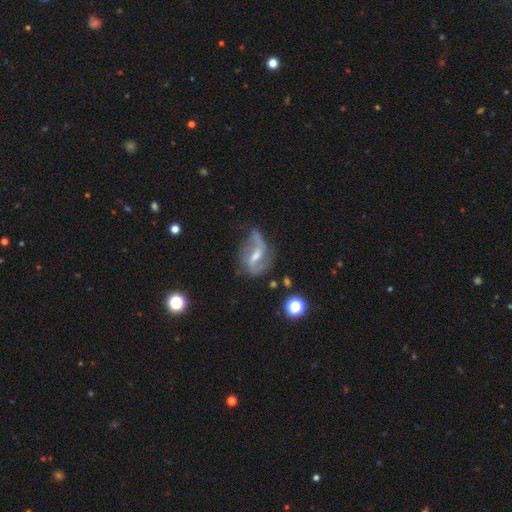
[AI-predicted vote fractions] featured or disk 76%, smooth 15%, star or artifact 9%. Down the decision tree: edge-on disk — no (95%); bar — weak (49%); spiral arms — yes (88%); spiral arm count — 2 (80%); spiral winding — loose (64%); bulge size — moderate (45%); merging — none (48%).